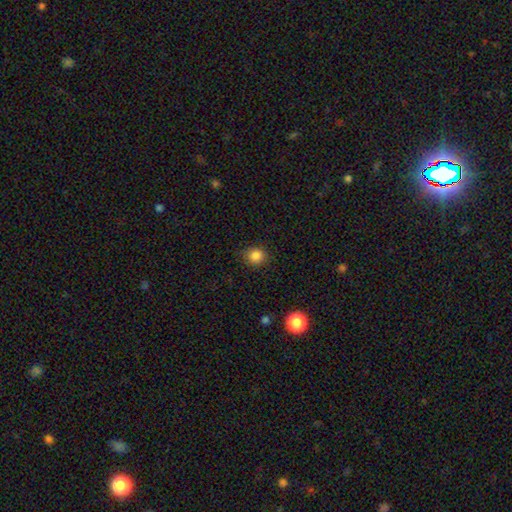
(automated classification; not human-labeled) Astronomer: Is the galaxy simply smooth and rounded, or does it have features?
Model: smooth — 86%.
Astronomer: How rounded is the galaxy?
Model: round — 86%.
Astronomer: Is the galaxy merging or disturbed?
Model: none — 86%.